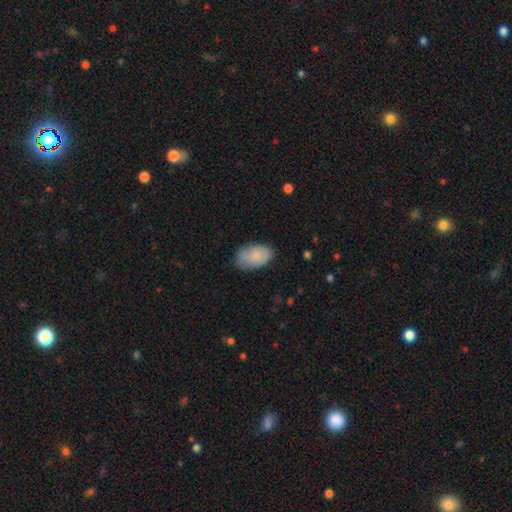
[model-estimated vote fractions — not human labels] The model was most divided on "merging": none: 71%, minor disturbance: 23%, major disturbance: 5%, merger: 1%. More confident: how rounded — in between (93%); smooth or featured — smooth (84%).